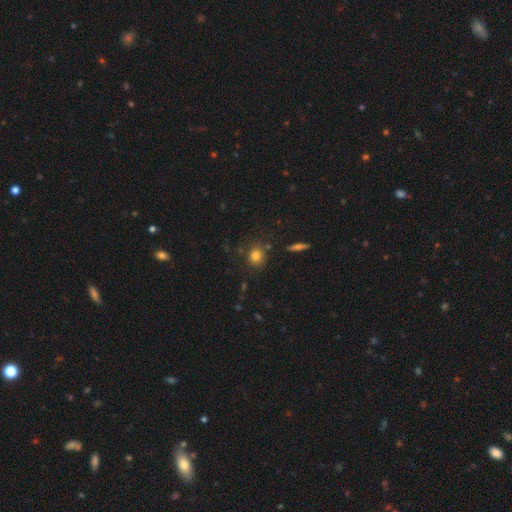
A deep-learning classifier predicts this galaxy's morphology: smooth 79%, star or artifact 12%, featured or disk 9%. Down the decision tree: how rounded — round (80%); merging — none (81%).